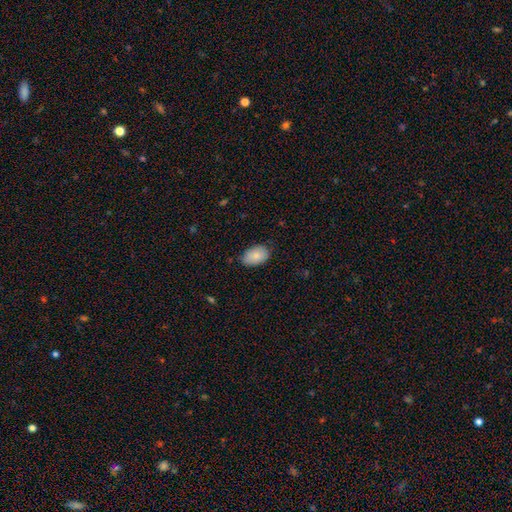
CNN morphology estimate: Smooth or featured?
  - smooth: 83% *
  - featured or disk: 10%
  - star or artifact: 7%
How rounded?
  - in between: 89% *
  - round: 10%
  - cigar-shaped: 1%
Merging?
  - none: 76% *
  - minor disturbance: 20%
  - major disturbance: 3%
  - merger: 1%